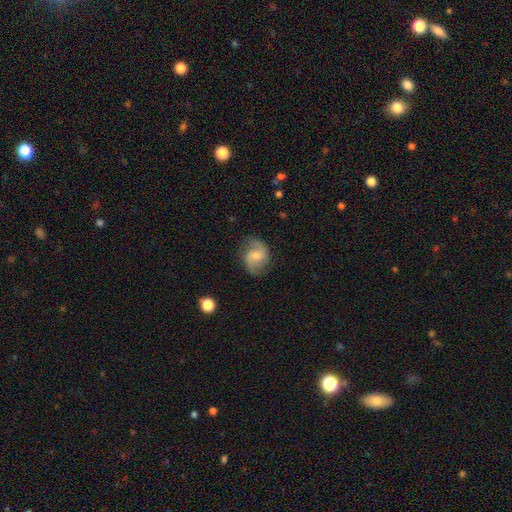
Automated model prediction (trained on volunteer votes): smooth-or-featured: featured or disk: 68% | smooth: 25% | star or artifact: 7%
  disk-edge-on: no: 98% | yes: 2%
    bar: no: 49% | weak: 42% | strong: 8%
    has-spiral-arms: yes: 93% | no: 7%
      spiral-winding: medium: 47% | loose: 37% | tight: 17%
      spiral-arm-count: 2: 89% | can't tell: 5% | 1: 2% | 3: 1% | 4: 1% | more than 4: 1%
    bulge-size: small: 48% | moderate: 39% | none: 8% | large: 4% | dominant: 1%
  merging: none: 75% | minor disturbance: 18% | major disturbance: 6% | merger: 1%